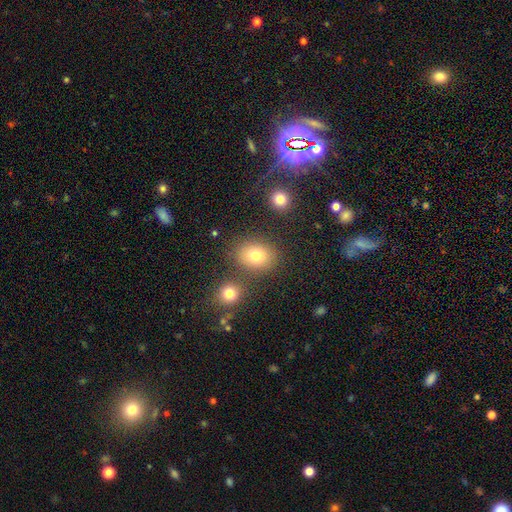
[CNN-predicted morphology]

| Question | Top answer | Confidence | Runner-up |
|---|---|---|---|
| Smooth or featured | smooth | 77% | star or artifact (13%) |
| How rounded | in between | 54% | round (45%) |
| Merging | none | 78% | minor disturbance (10%) |